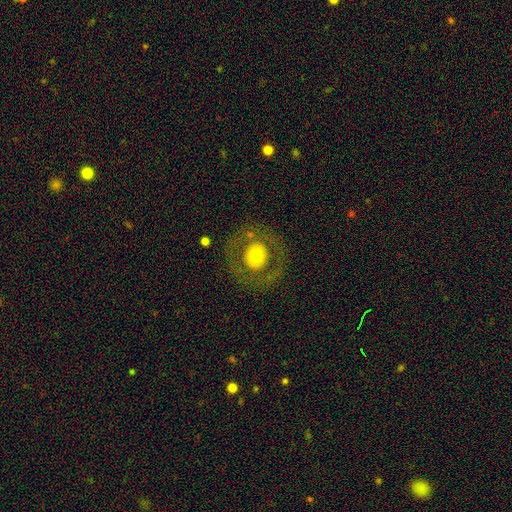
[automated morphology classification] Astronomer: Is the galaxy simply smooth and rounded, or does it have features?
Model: smooth — 53% (runner-up: featured or disk, 40%).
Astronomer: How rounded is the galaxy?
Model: round — 90%.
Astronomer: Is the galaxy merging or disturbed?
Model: none — 81%.